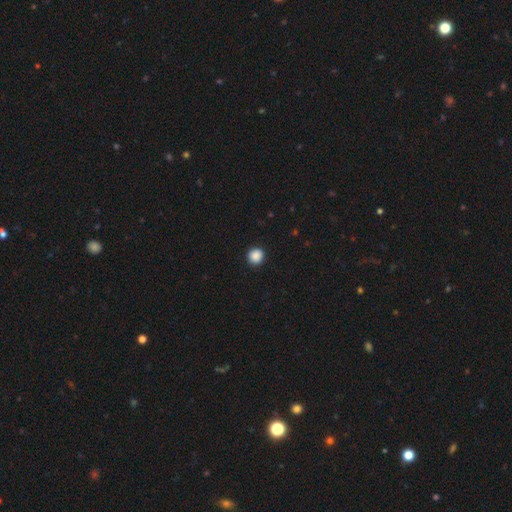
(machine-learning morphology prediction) Q: Smooth or featured?
A: smooth (88%); runner-up: star or artifact (9%)
Q: How rounded?
A: round (95%); runner-up: in between (4%)
Q: Merging?
A: none (93%); runner-up: minor disturbance (5%)